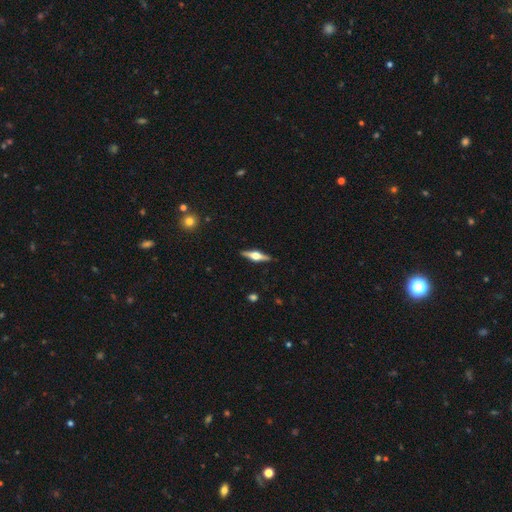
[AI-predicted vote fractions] featured or disk 75%, smooth 20%, star or artifact 5%. Down the decision tree: edge-on disk — yes (97%); edge-on bulge — rounded (93%); merging — none (90%).